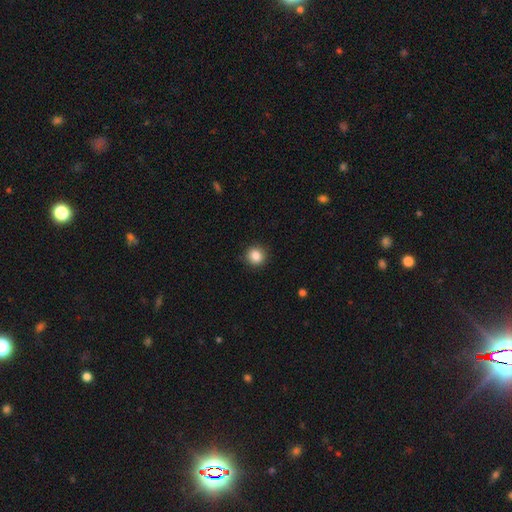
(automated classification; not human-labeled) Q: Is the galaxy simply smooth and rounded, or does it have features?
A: smooth — 85%.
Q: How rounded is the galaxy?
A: round — 91%.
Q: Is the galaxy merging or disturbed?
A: none — 90%.